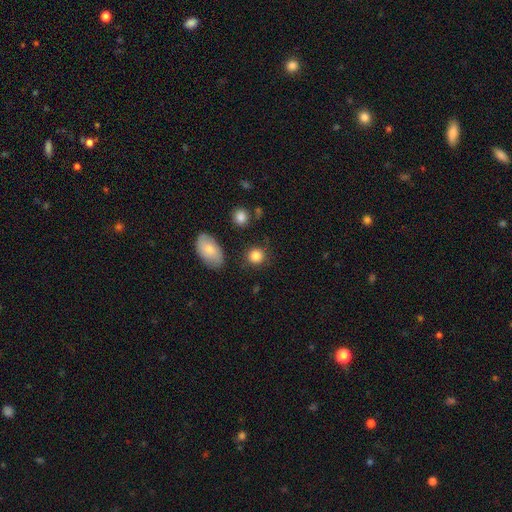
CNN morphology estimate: Smooth or featured? Predicted: smooth (p=0.86). How rounded? Predicted: round (p=0.85). Merging? Predicted: none (p=0.85).